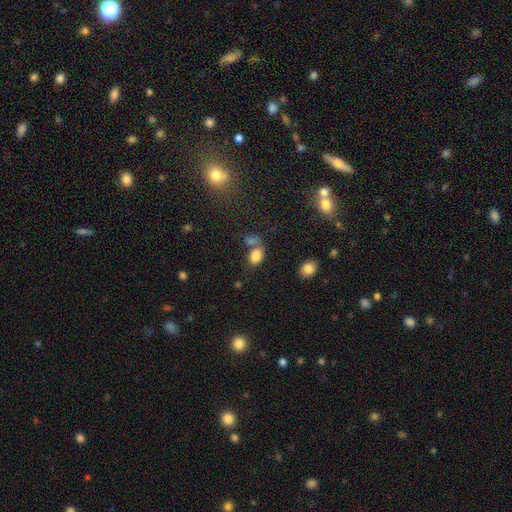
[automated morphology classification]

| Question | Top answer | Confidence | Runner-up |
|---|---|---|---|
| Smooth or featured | smooth | 83% | star or artifact (10%) |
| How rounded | in between | 85% | round (13%) |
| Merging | none | 48% | merger (31%) |